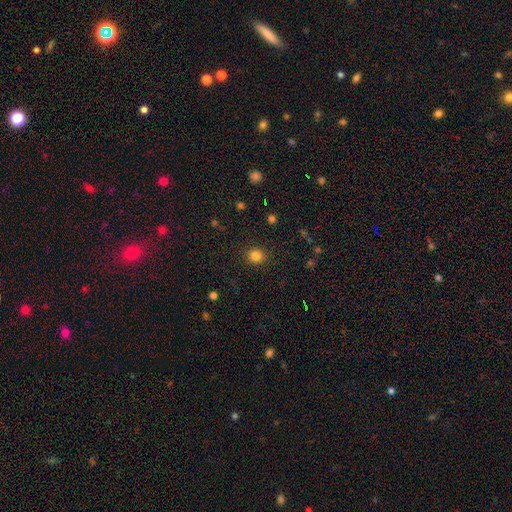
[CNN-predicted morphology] smooth-or-featured: smooth: 83% | star or artifact: 13% | featured or disk: 4%
  how-rounded: round: 81% | in between: 18% | cigar-shaped: 1%
  merging: none: 90% | minor disturbance: 7% | major disturbance: 3% | merger: 1%